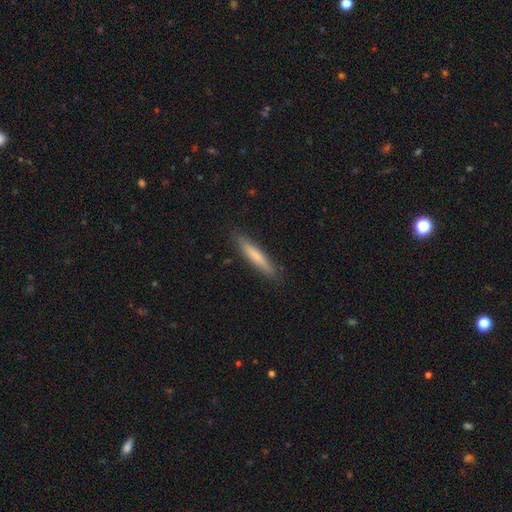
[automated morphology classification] Smooth or featured? smooth (71%)
How rounded? cigar-shaped (93%)
Merging? none (89%)